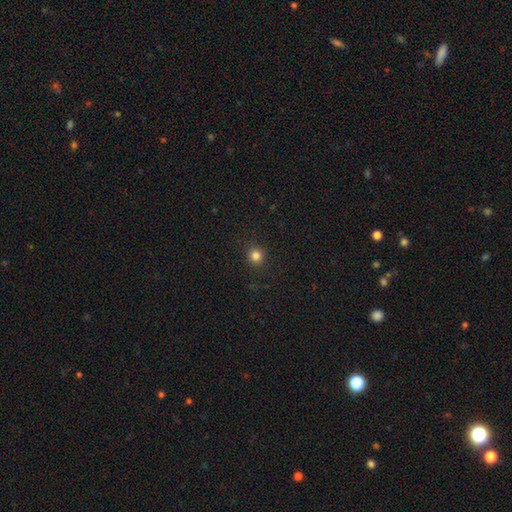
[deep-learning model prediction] The model was most divided on "smooth or featured": smooth: 82%, star or artifact: 13%, featured or disk: 5%. More confident: how rounded — round (93%); merging — none (91%).